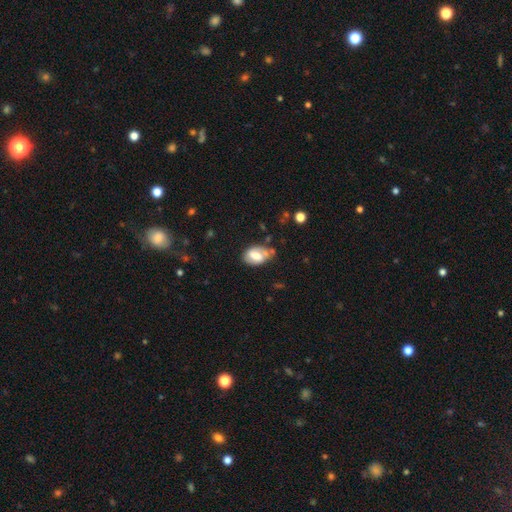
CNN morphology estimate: Q: Smooth or featured?
A: smooth (61%); runner-up: featured or disk (31%)
Q: How rounded?
A: in between (86%); runner-up: round (12%)
Q: Merging?
A: none (51%); runner-up: minor disturbance (30%)